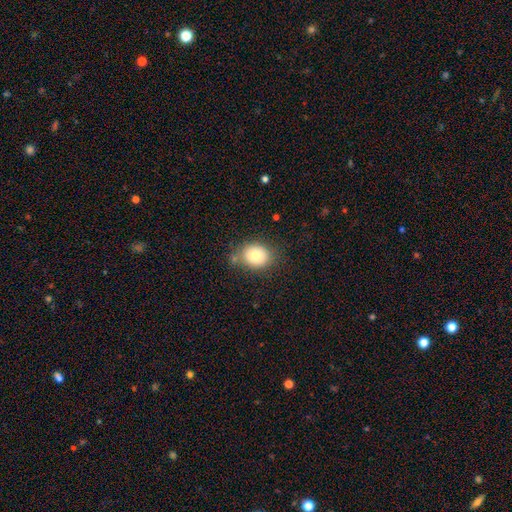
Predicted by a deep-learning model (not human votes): A smooth galaxy with no disk features (78%) that is round (61%). Merging: none (70%).